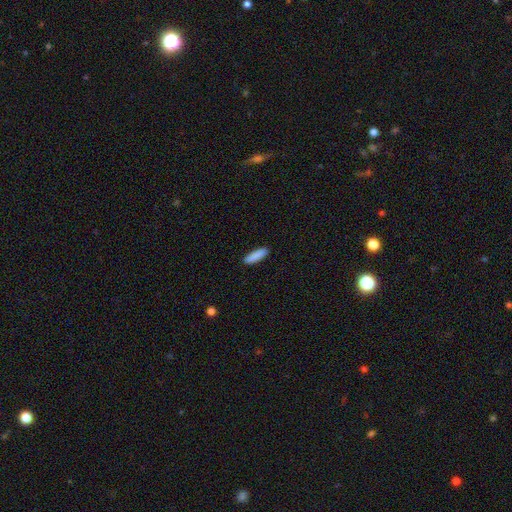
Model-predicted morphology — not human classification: Smooth or featured?
  - smooth: 89% *
  - star or artifact: 6%
  - featured or disk: 5%
How rounded?
  - cigar-shaped: 67% *
  - in between: 31%
  - round: 1%
Merging?
  - none: 90% *
  - minor disturbance: 7%
  - major disturbance: 2%
  - merger: 1%